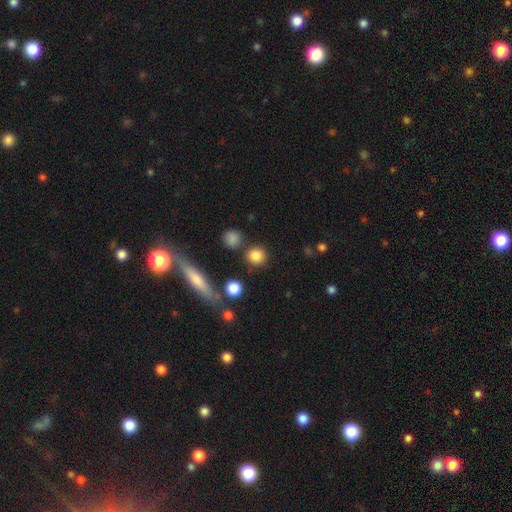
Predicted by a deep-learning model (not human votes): Smooth or featured?
  - smooth: 84% *
  - star or artifact: 10%
  - featured or disk: 6%
How rounded?
  - round: 88% *
  - in between: 10%
  - cigar-shaped: 2%
Merging?
  - none: 83% *
  - minor disturbance: 8%
  - merger: 6%
  - major disturbance: 3%